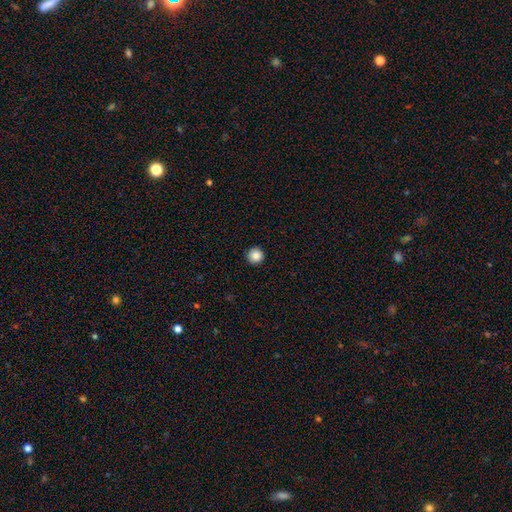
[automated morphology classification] The model was most divided on "smooth or featured": smooth: 86%, star or artifact: 10%, featured or disk: 5%. More confident: how rounded — round (96%); merging — none (93%).